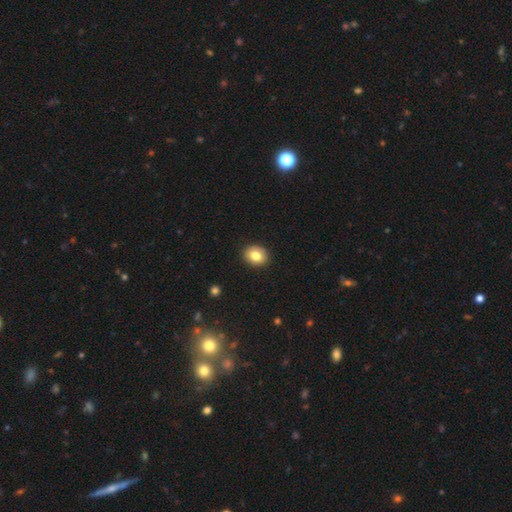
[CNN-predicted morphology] This appears to be a smooth galaxy with no disk features (81%) that is round (51%). Merging: none (90%).